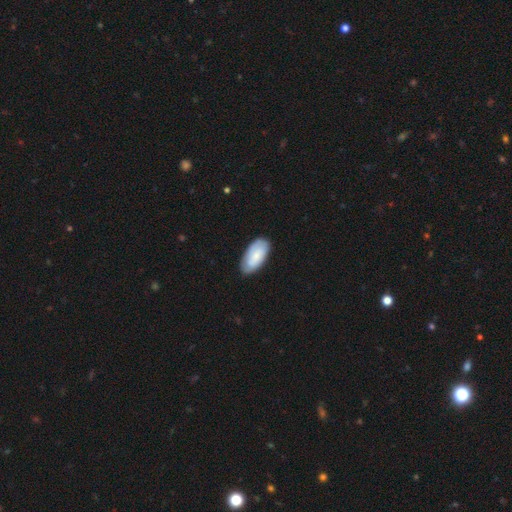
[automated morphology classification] Smooth or featured?
  - smooth: 69% *
  - featured or disk: 25%
  - star or artifact: 6%
How rounded?
  - in between: 93% *
  - cigar-shaped: 5%
  - round: 2%
Merging?
  - none: 82% *
  - minor disturbance: 14%
  - major disturbance: 3%
  - merger: 1%